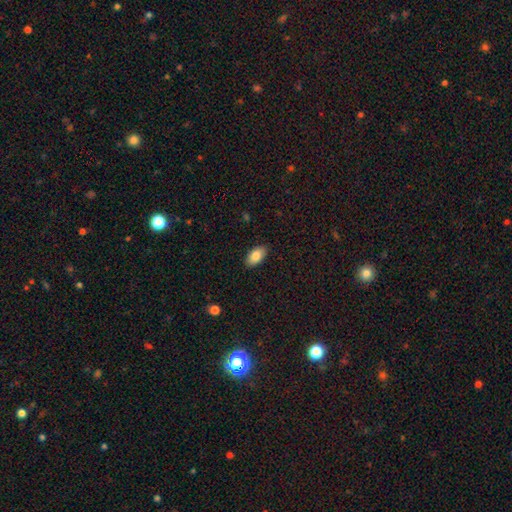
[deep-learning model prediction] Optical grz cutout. It shows a smooth galaxy with no disk features (84%) that is in between round and cigar-shaped (94%). Merging: none (89%).